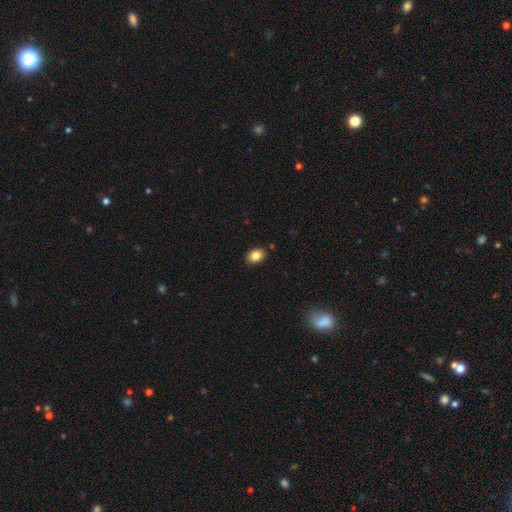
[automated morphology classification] The model was most divided on "how rounded": in between: 66%, round: 33%, cigar-shaped: 1%. More confident: merging — none (86%); smooth or featured — smooth (84%).